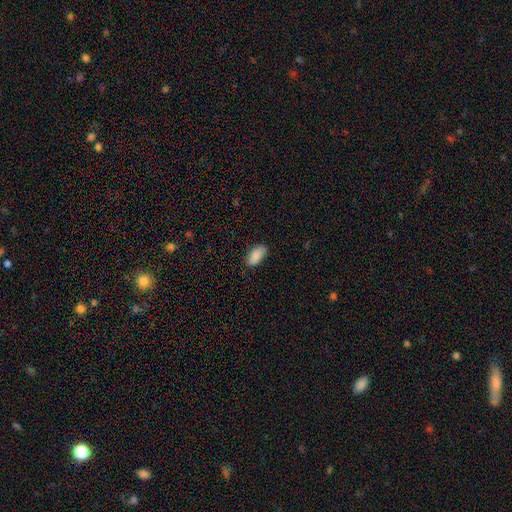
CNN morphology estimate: Q: Smooth or featured?
A: smooth (89%); runner-up: star or artifact (7%)
Q: How rounded?
A: in between (93%); runner-up: cigar-shaped (5%)
Q: Merging?
A: none (82%); runner-up: minor disturbance (14%)